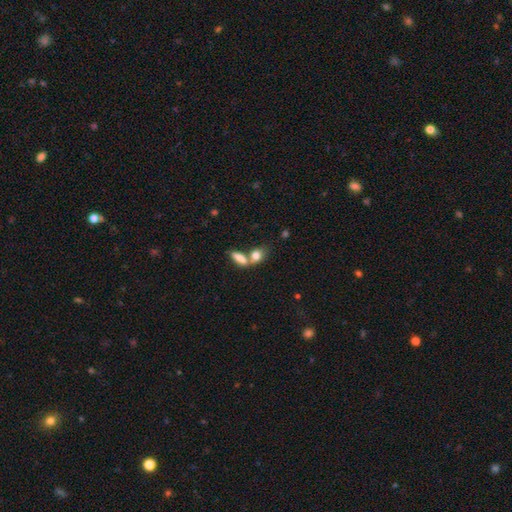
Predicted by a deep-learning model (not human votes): The model was most divided on "merging": merger: 46%, none: 40%, minor disturbance: 9%, major disturbance: 4%. More confident: smooth or featured — smooth (80%); how rounded — in between (70%).